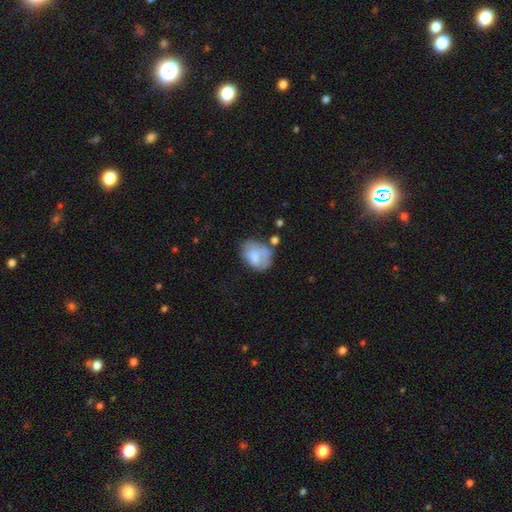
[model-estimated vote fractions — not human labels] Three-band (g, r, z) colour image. It shows a smooth galaxy with no disk features (66%) that is in between round and cigar-shaped (69%). Merging: none (37%).